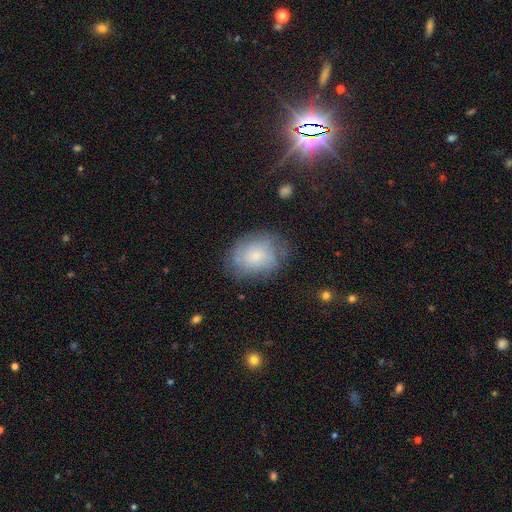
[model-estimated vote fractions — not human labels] Smooth or featured?
  - smooth: 47% *
  - featured or disk: 42%
  - star or artifact: 10%
Merging?
  - none: 69% *
  - minor disturbance: 21%
  - major disturbance: 9%
  - merger: 1%